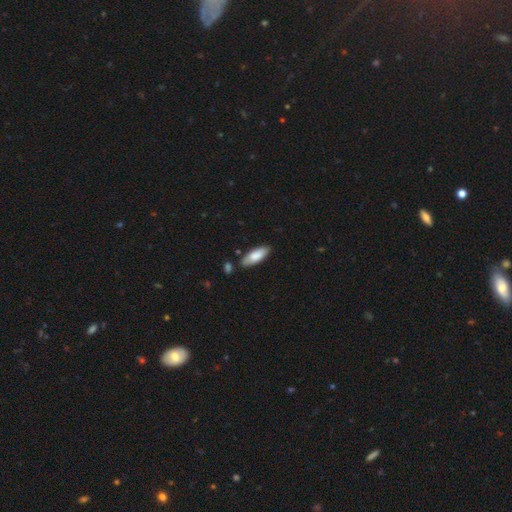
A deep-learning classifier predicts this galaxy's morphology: Smooth or featured?
  - smooth: 83% *
  - featured or disk: 12%
  - star or artifact: 5%
How rounded?
  - in between: 69% *
  - cigar-shaped: 30%
  - round: 2%
Merging?
  - none: 81% *
  - minor disturbance: 13%
  - merger: 4%
  - major disturbance: 2%